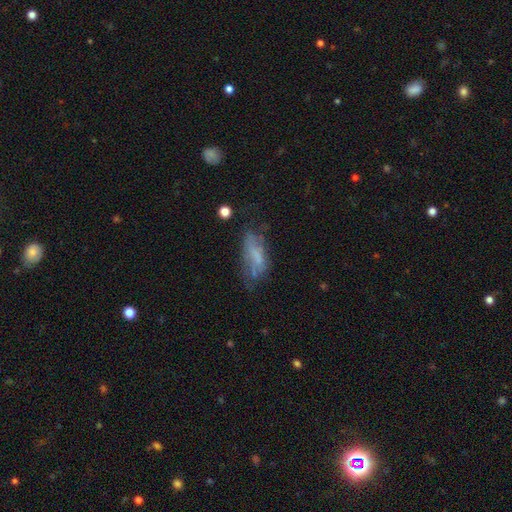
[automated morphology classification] smooth 50%, featured or disk 38%, star or artifact 12%. Down the decision tree: merging — none (41%).